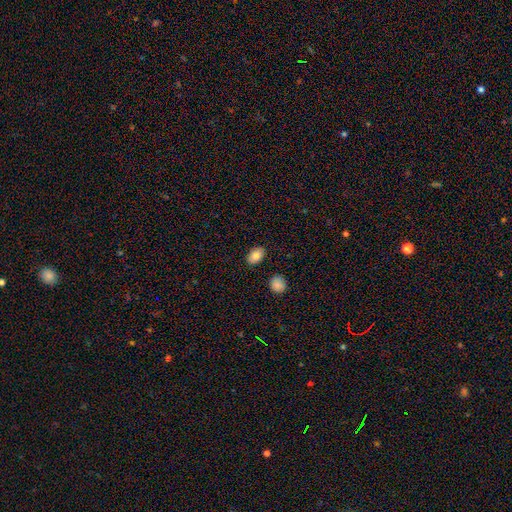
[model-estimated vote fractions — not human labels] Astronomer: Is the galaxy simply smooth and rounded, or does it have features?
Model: smooth — 85%.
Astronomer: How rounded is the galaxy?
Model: in between — 86%.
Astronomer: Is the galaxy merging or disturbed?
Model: none — 88%.